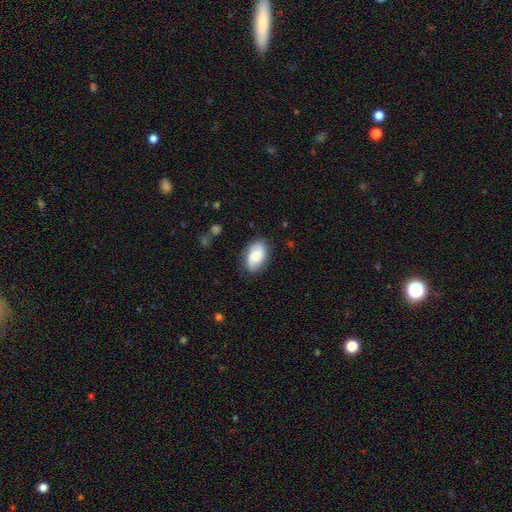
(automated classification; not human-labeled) Smooth or featured? smooth (69%)
How rounded? in between (92%)
Merging? none (80%)